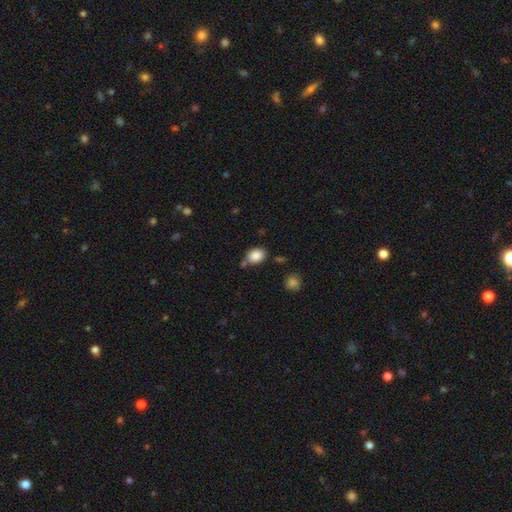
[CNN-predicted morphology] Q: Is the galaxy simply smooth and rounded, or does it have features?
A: smooth — 86%.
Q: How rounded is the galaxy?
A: in between — 74%.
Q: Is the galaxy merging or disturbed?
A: none — 71%.